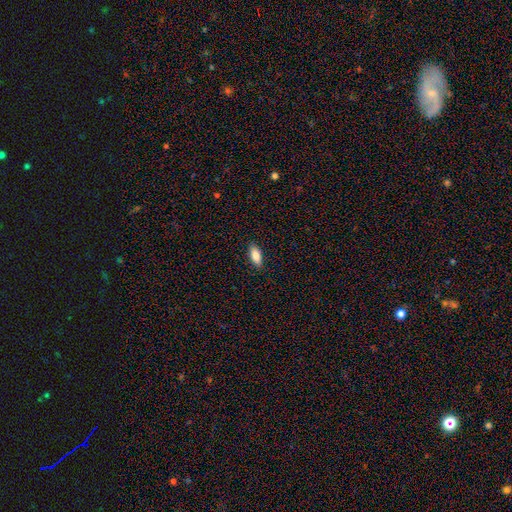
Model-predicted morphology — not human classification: Smooth or featured?
  - smooth: 83% *
  - featured or disk: 11%
  - star or artifact: 7%
How rounded?
  - in between: 80% *
  - cigar-shaped: 18%
  - round: 2%
Merging?
  - none: 89% *
  - minor disturbance: 8%
  - major disturbance: 2%
  - merger: 1%